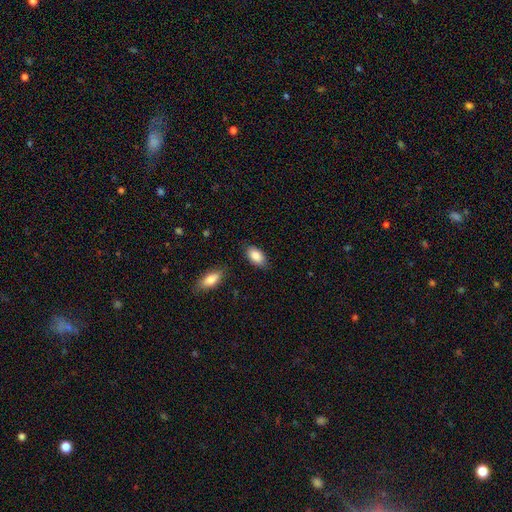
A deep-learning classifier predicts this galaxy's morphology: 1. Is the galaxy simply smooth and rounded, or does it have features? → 87% smooth, 7% star or artifact, 6% featured or disk.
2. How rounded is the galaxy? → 93% in between, 4% round, 3% cigar-shaped.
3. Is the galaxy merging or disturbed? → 83% none, 12% minor disturbance, 3% major disturbance, 2% merger.